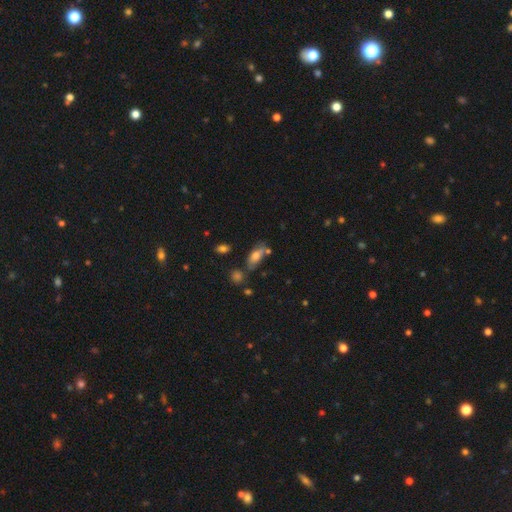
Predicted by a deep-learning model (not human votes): Smooth or featured? Predicted: smooth (p=0.66). How rounded? Predicted: in between (p=0.80). Merging? Predicted: none (p=0.54).